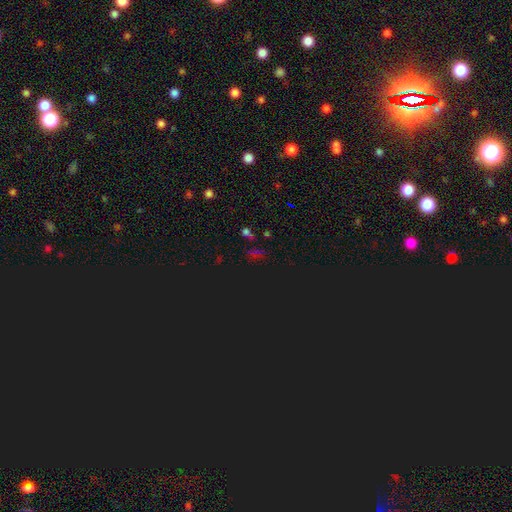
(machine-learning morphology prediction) Smooth or featured: star or artifact — 68% (smooth — 25%)